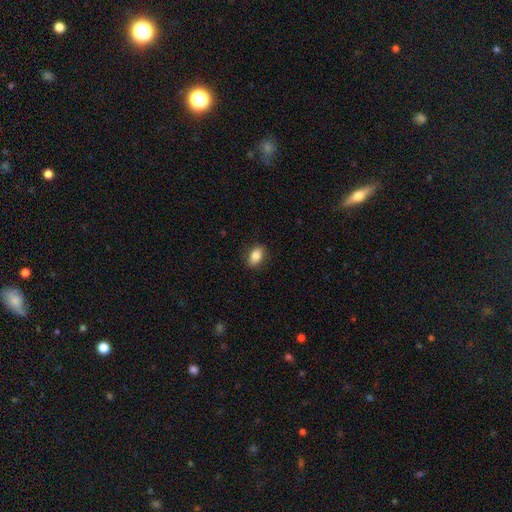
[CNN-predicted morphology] A smooth galaxy with no disk features (84%) that is in between round and cigar-shaped (80%).

Vote fractions:
- Smooth or featured? smooth: 84% / star or artifact: 8% / featured or disk: 8%
- How rounded? in between: 80% / round: 18% / cigar-shaped: 2%
- Merging? none: 85% / minor disturbance: 11% / major disturbance: 3% / merger: 1%